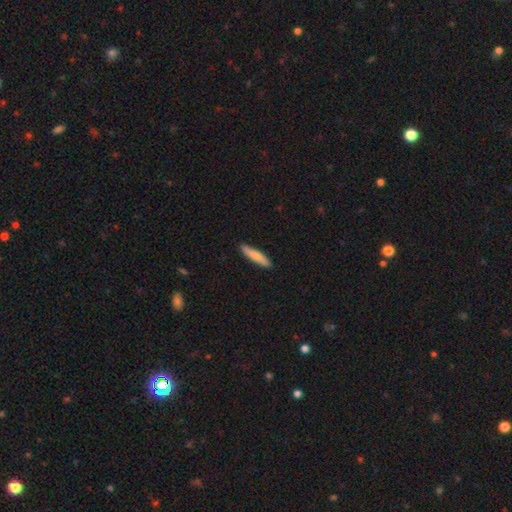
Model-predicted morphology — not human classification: Smooth or featured? smooth (77%)
How rounded? cigar-shaped (87%)
Merging? none (89%)